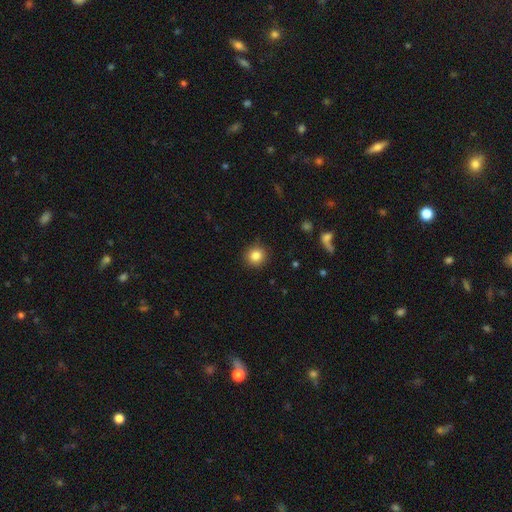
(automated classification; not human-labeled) Smooth or featured?
  - smooth: 85% *
  - star or artifact: 10%
  - featured or disk: 5%
How rounded?
  - round: 92% *
  - in between: 7%
  - cigar-shaped: 1%
Merging?
  - none: 90% *
  - minor disturbance: 6%
  - major disturbance: 2%
  - merger: 1%